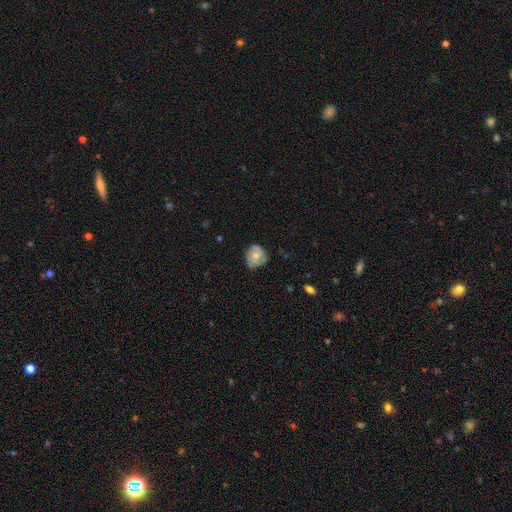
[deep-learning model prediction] This is possibly a smooth galaxy (52%). How rounded: likely round (65%). Merging: possibly none (59%).